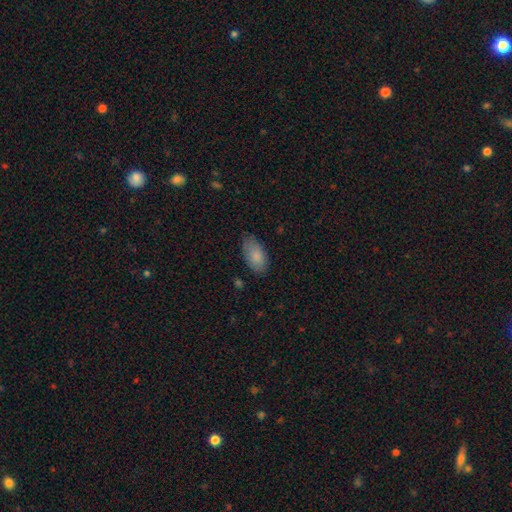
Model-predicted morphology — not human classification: This is clearly a smooth galaxy (85%). How rounded: clearly in between (94%). Merging: likely none (79%).